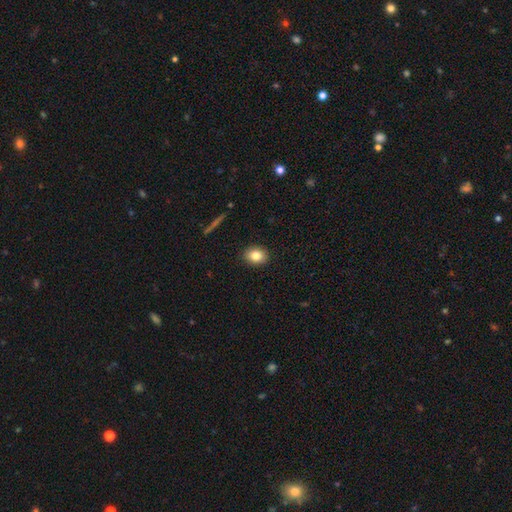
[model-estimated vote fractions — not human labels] Smooth or featured? smooth (83%)
How rounded? in between (59%)
Merging? none (90%)